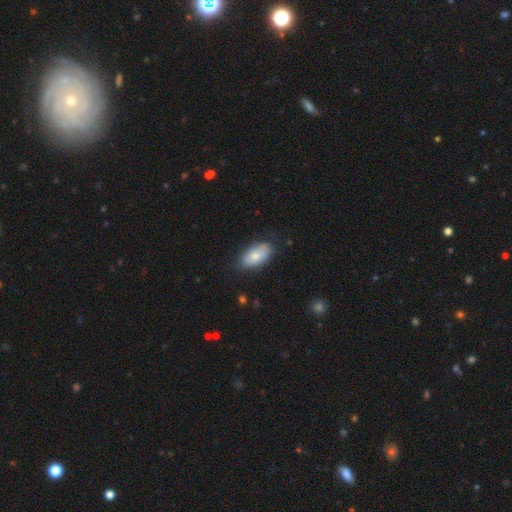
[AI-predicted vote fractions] Smooth or featured: smooth — 78% (featured or disk — 16%)
How rounded: in between — 94% (cigar-shaped — 3%)
Merging: none — 76% (minor disturbance — 19%)